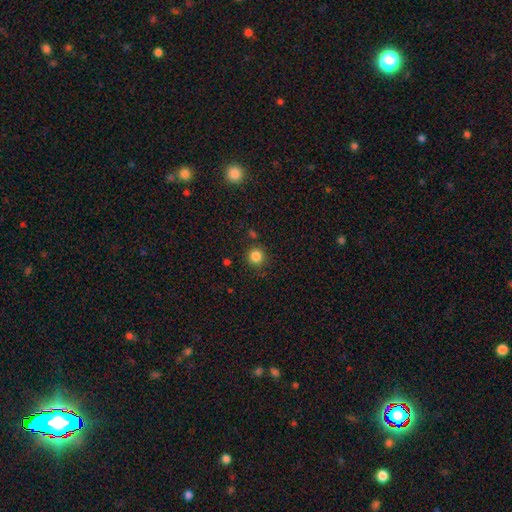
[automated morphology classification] This is clearly a smooth galaxy (84%). How rounded: clearly round (91%). Merging: clearly none (85%).